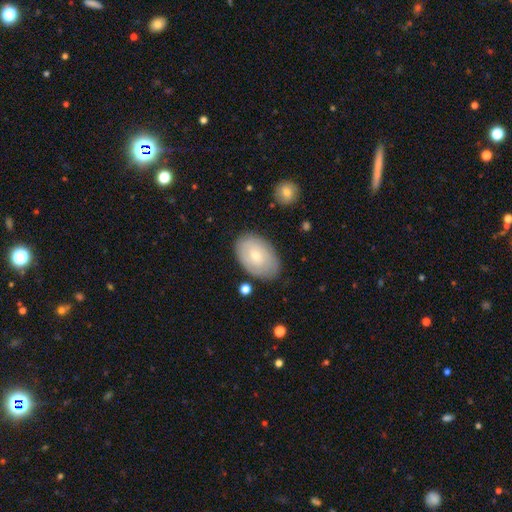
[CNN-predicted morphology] smooth_or_featured: featured or disk (p=0.50) [alt: smooth p=0.44]
merging: none (p=0.80) [alt: minor disturbance p=0.14]